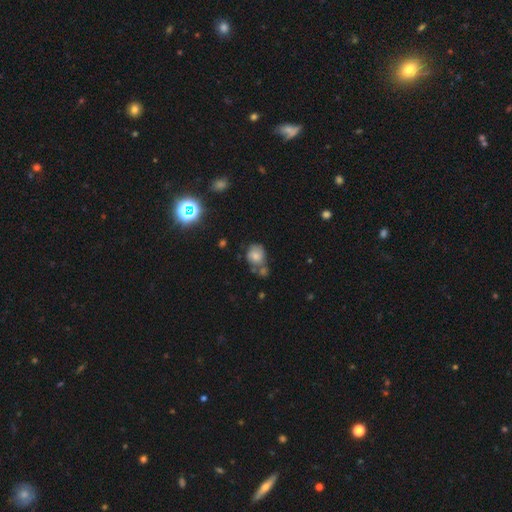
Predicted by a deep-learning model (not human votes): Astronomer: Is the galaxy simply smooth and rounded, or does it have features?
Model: smooth — 70%.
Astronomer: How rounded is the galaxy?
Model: round — 60% (runner-up: in between, 39%).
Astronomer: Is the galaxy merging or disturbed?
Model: none — 42% (runner-up: merger, 29%).